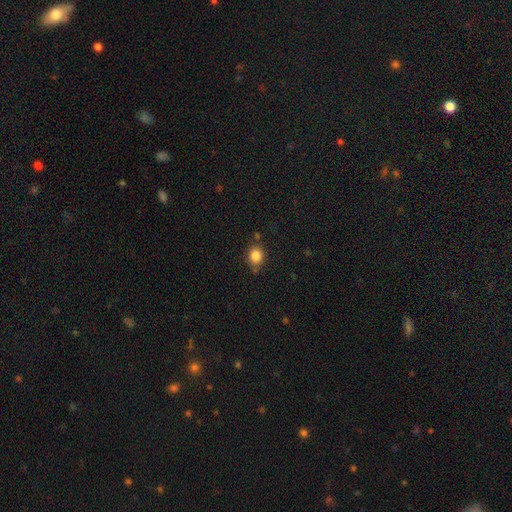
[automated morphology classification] type=smooth (85%); roundness=round (64%); merging=none (76%).